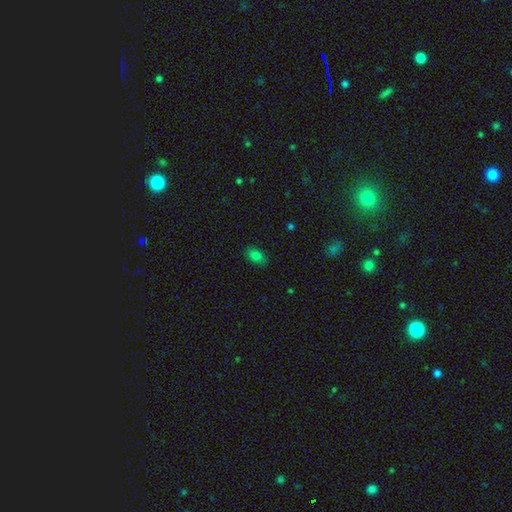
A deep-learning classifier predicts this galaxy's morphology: Smooth or featured? smooth (80%)
How rounded? in between (87%)
Merging? none (84%)